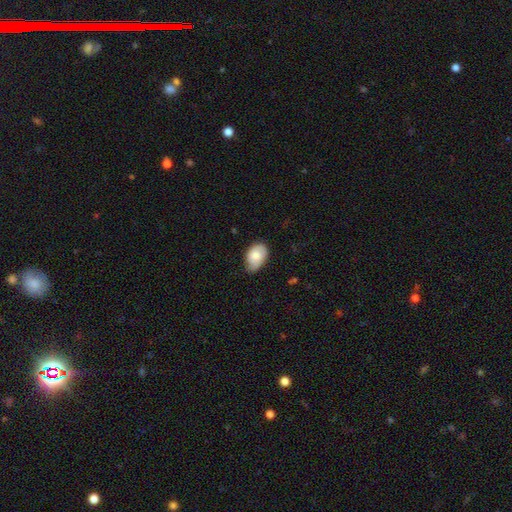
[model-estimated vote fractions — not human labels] Smooth or featured: smooth — 75% (featured or disk — 19%)
How rounded: in between — 89% (round — 10%)
Merging: none — 54% (minor disturbance — 38%)